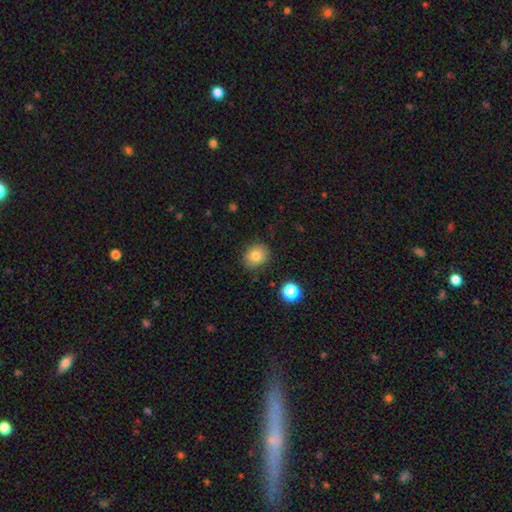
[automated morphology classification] This appears to be a smooth galaxy with no disk features (79%) that is round (61%). Merging: none (85%).